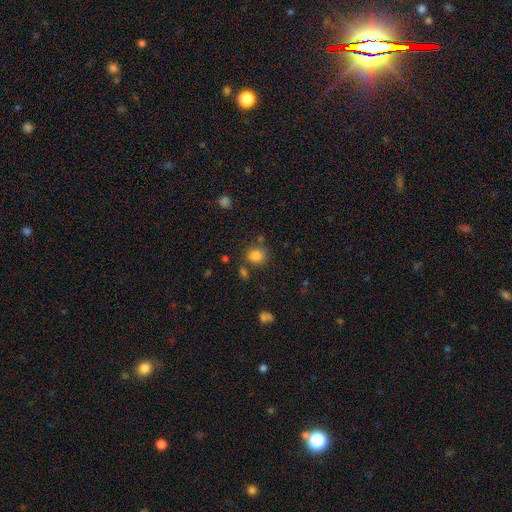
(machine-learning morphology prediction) smooth_or_featured: smooth (p=0.82) [alt: star or artifact p=0.12]
how_rounded: round (p=0.71) [alt: in between p=0.28]
merging: none (p=0.74) [alt: minor disturbance p=0.12]